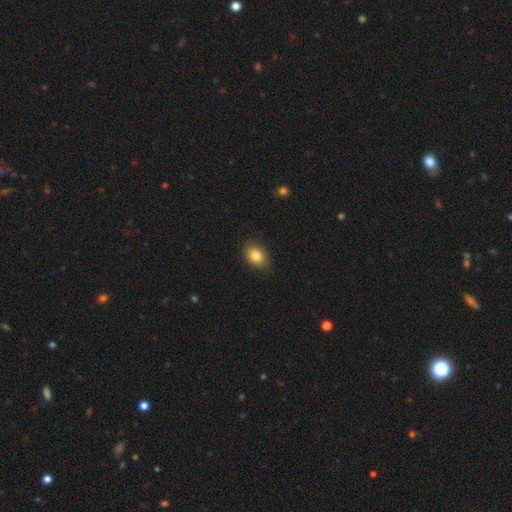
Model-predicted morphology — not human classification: This appears to be a smooth galaxy with no disk features (83%) that is in between round and cigar-shaped (73%). Merging: none (84%).